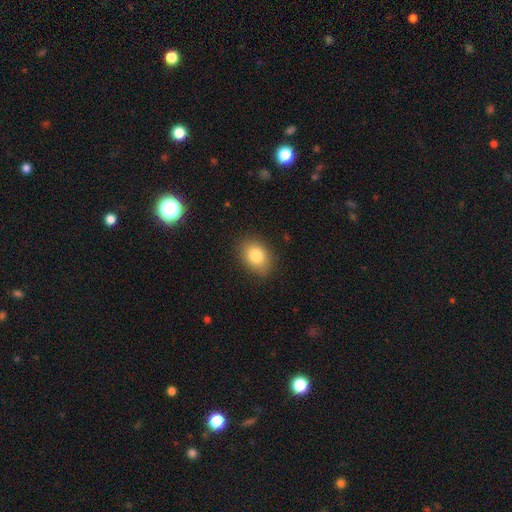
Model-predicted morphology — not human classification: Smooth or featured: smooth — 82% (featured or disk — 9%)
How rounded: in between — 70% (round — 29%)
Merging: none — 87% (minor disturbance — 10%)